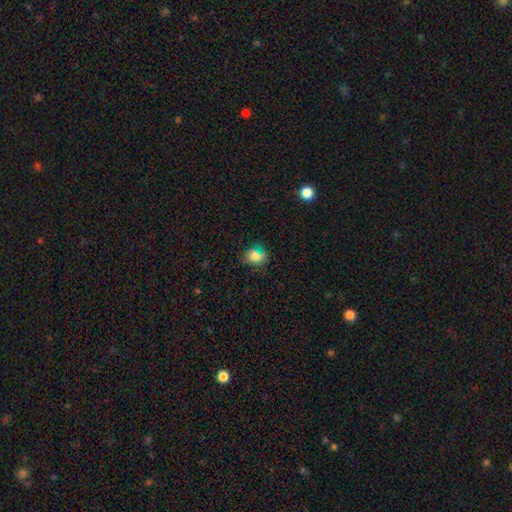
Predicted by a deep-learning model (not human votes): Morphology: type=smooth (75%); roundness=round (71%); merging=none (75%).